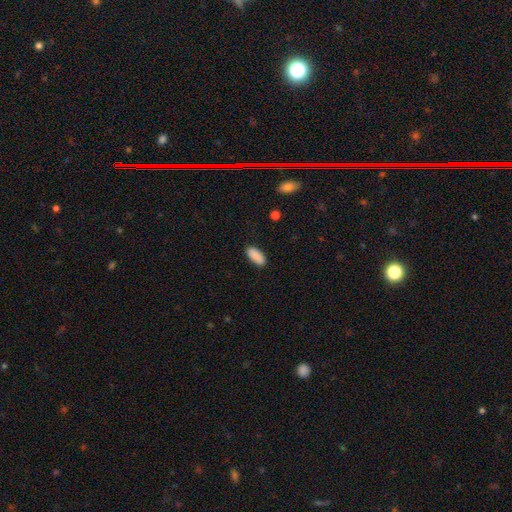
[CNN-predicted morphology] Smooth or featured?
  - smooth: 90% *
  - star or artifact: 6%
  - featured or disk: 4%
How rounded?
  - in between: 87% *
  - cigar-shaped: 12%
  - round: 2%
Merging?
  - none: 88% *
  - minor disturbance: 9%
  - major disturbance: 2%
  - merger: 1%